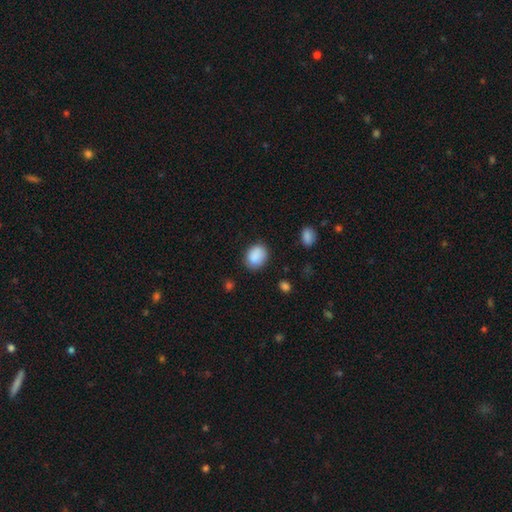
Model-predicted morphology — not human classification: Smooth or featured: smooth — 89% (star or artifact — 7%)
How rounded: in between — 54% (round — 45%)
Merging: none — 81% (minor disturbance — 14%)